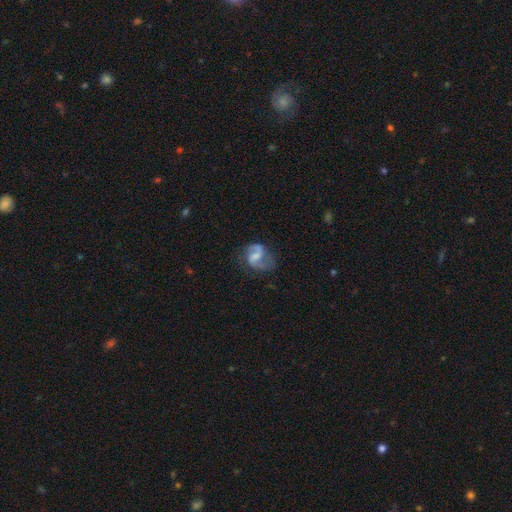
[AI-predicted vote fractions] smooth-or-featured: featured or disk: 75% | smooth: 17% | star or artifact: 7%
  disk-edge-on: no: 98% | yes: 2%
    bar: weak: 52% | no: 28% | strong: 21%
    has-spiral-arms: yes: 91% | no: 9%
      spiral-winding: loose: 46% | medium: 43% | tight: 11%
      spiral-arm-count: 2: 84% | 1: 8% | can't tell: 5% | 3: 1% | 4: 1% | more than 4: 1%
    bulge-size: none: 34% | small: 31% | moderate: 27% | large: 7% | dominant: 1%
  merging: none: 56% | minor disturbance: 22% | major disturbance: 19% | merger: 3%